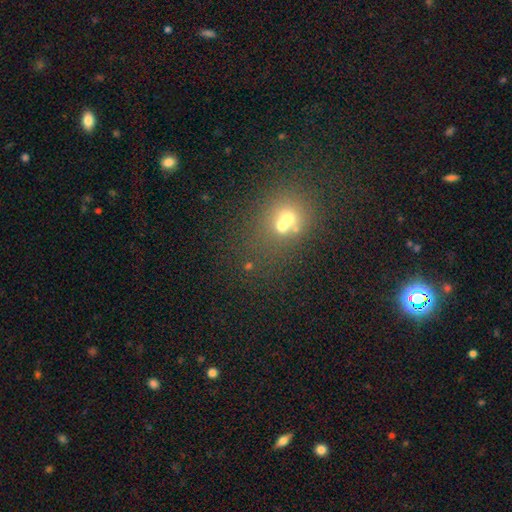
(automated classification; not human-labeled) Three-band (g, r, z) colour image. It shows a smooth galaxy with no disk features (55%) that is round (70%). Merging: none (69%).